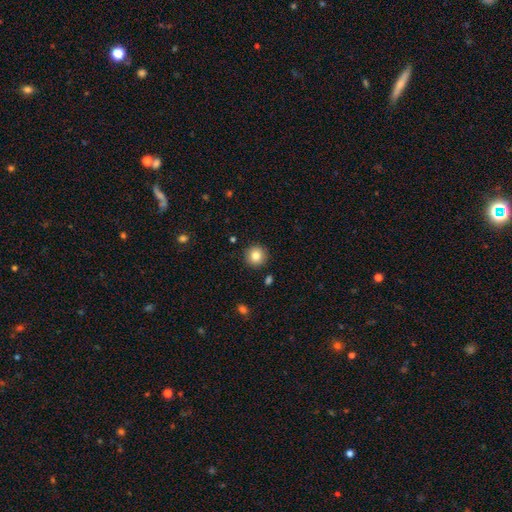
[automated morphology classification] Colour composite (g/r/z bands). It shows a smooth galaxy with no disk features (83%) that is round (95%). Merging: none (91%).